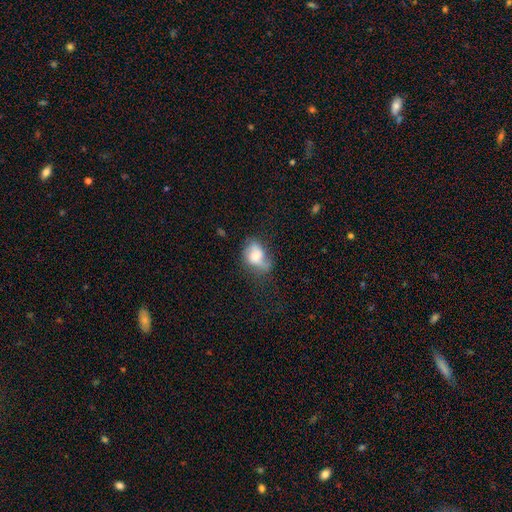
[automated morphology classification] Smooth or featured? smooth (59%)
How rounded? in between (74%)
Merging? none (38%)